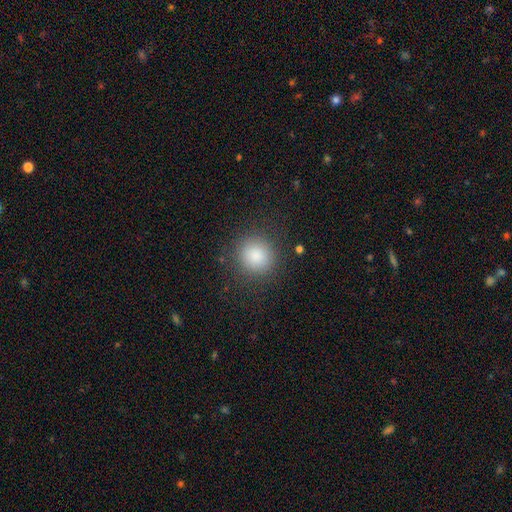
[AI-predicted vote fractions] This is clearly a smooth galaxy (85%). How rounded: clearly round (92%). Merging: clearly none (86%).